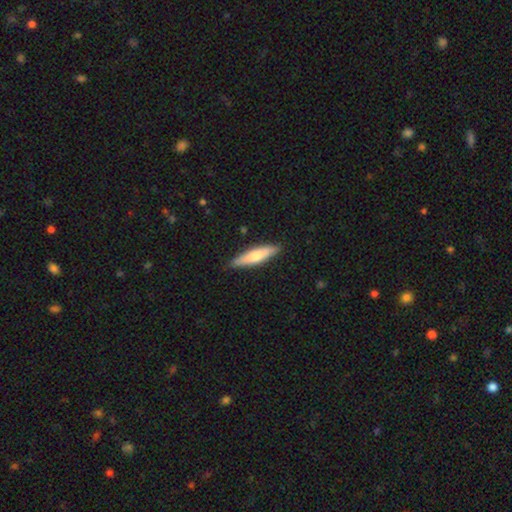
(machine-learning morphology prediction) Smooth or featured: smooth — 62% (featured or disk — 33%)
How rounded: cigar-shaped — 78% (in between — 20%)
Merging: none — 88% (minor disturbance — 9%)